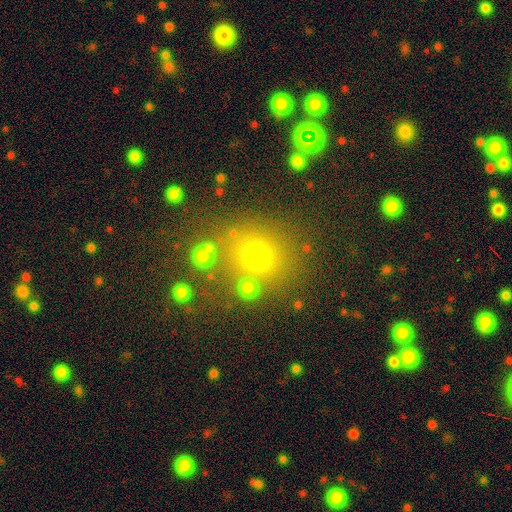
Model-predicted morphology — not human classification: smooth 67%, star or artifact 24%, featured or disk 10%. Down the decision tree: how rounded — round (83%); merging — none (76%).